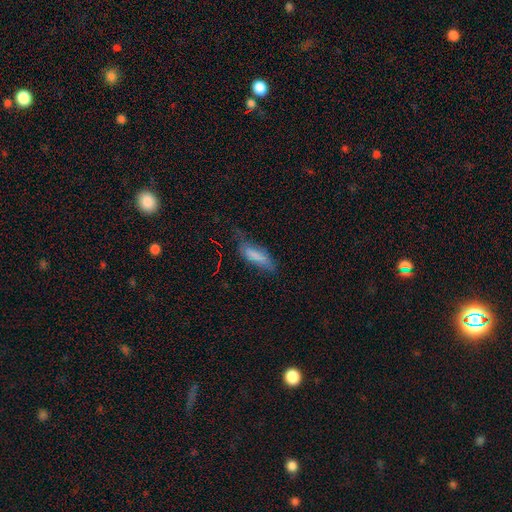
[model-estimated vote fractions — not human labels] A smooth galaxy with no disk features (73%) that is in between round and cigar-shaped (51%). Merging: none (43%).